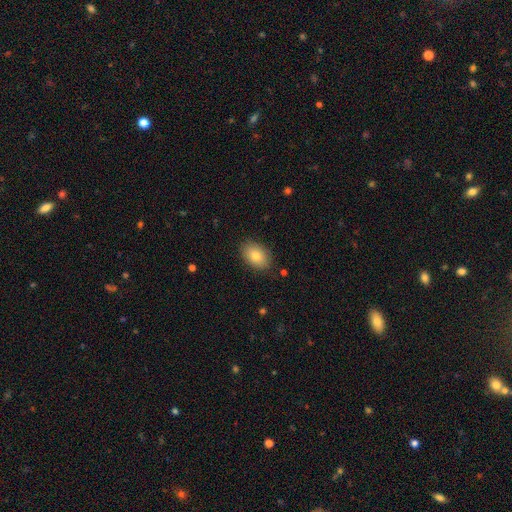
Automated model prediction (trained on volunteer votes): Q: Smooth or featured?
A: smooth (81%); runner-up: featured or disk (11%)
Q: How rounded?
A: in between (87%); runner-up: round (12%)
Q: Merging?
A: none (86%); runner-up: minor disturbance (10%)